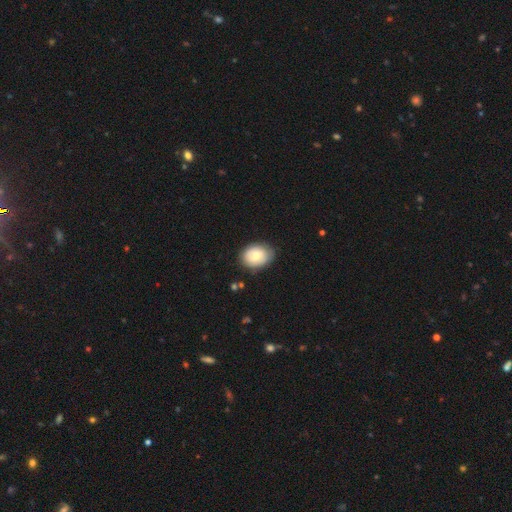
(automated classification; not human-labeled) Smooth or featured: smooth — 76% (featured or disk — 17%)
How rounded: in between — 65% (round — 34%)
Merging: none — 79% (minor disturbance — 17%)